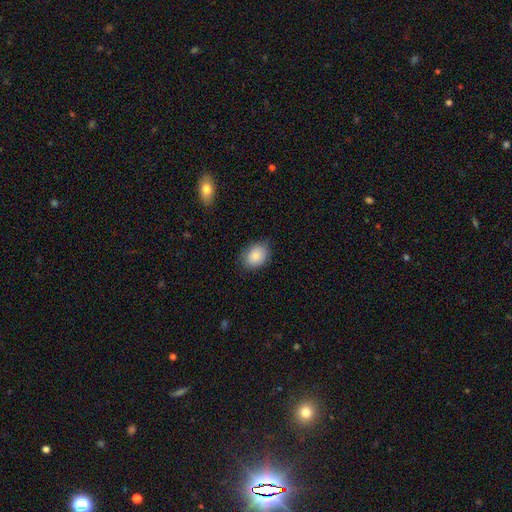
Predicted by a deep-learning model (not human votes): Overall: smooth (86%). How rounded: in between (66%; round 33%). Merging: none (81%).